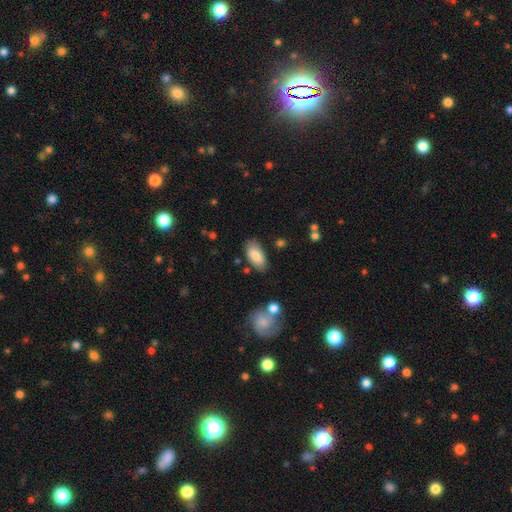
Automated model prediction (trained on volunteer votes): This is clearly a smooth galaxy (81%). How rounded: clearly in between (91%). Merging: clearly none (80%).